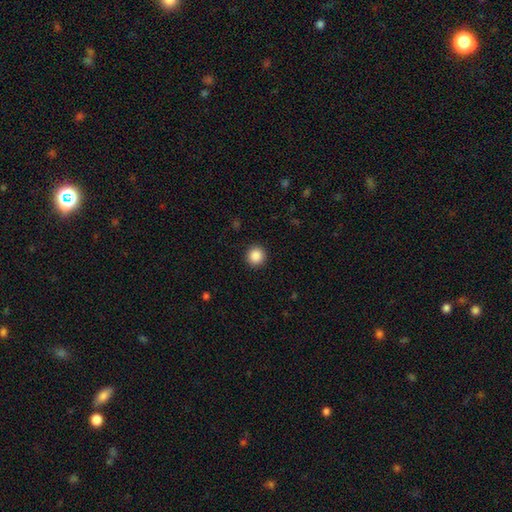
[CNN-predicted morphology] smooth_or_featured: smooth (p=0.88) [alt: star or artifact p=0.09]
how_rounded: round (p=0.94) [alt: in between p=0.05]
merging: none (p=0.92) [alt: minor disturbance p=0.05]